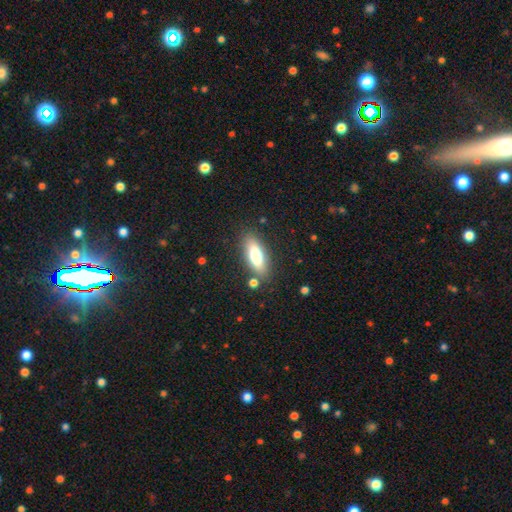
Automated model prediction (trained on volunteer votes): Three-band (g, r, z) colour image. It shows a smooth galaxy with no disk features (73%) that is in between round and cigar-shaped (65%). Merging: none (83%).